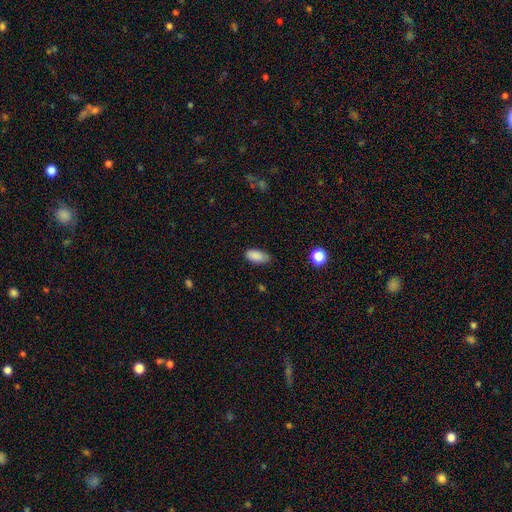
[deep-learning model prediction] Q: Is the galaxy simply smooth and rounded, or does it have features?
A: smooth — 88%.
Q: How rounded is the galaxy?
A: in between — 91%.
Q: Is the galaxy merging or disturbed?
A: none — 77%.